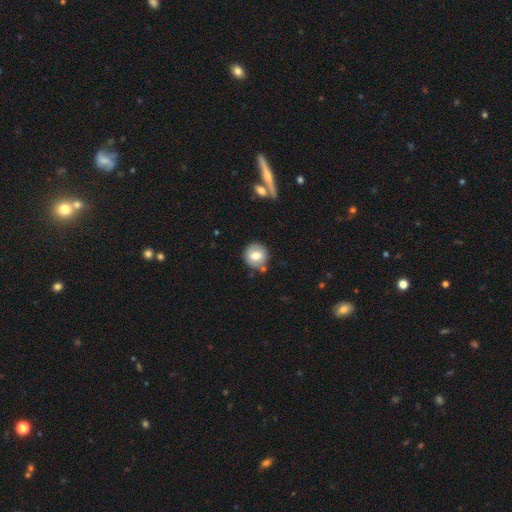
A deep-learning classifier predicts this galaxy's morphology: Smooth or featured?
  - smooth: 69% *
  - featured or disk: 23%
  - star or artifact: 8%
How rounded?
  - round: 88% *
  - in between: 11%
  - cigar-shaped: 1%
Merging?
  - none: 78% *
  - minor disturbance: 13%
  - merger: 6%
  - major disturbance: 3%